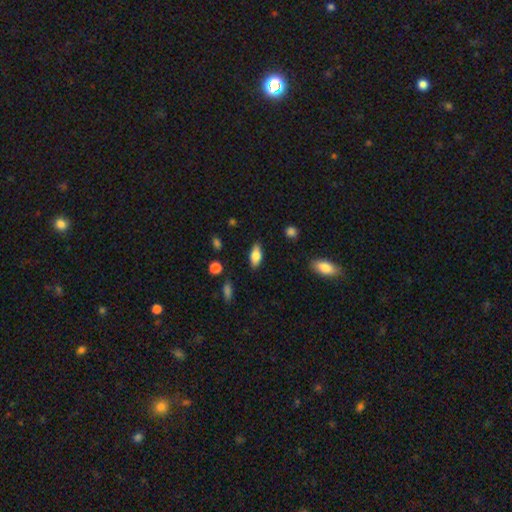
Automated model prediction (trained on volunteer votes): Morphology: type=smooth (73%); roundness=in between (83%); merging=none (85%).